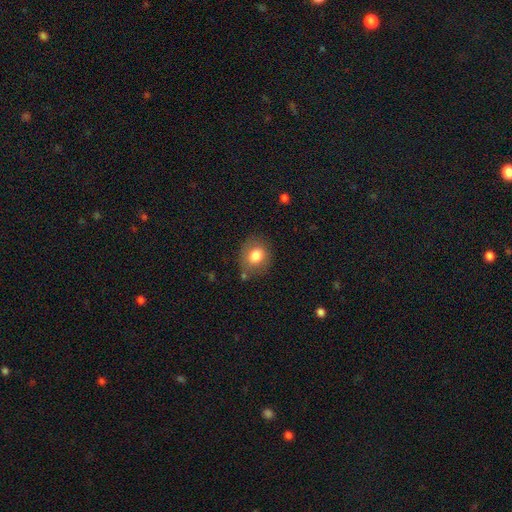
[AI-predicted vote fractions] Overall: smooth (79%). How rounded: round (63%; in between 36%). Merging: none (74%).